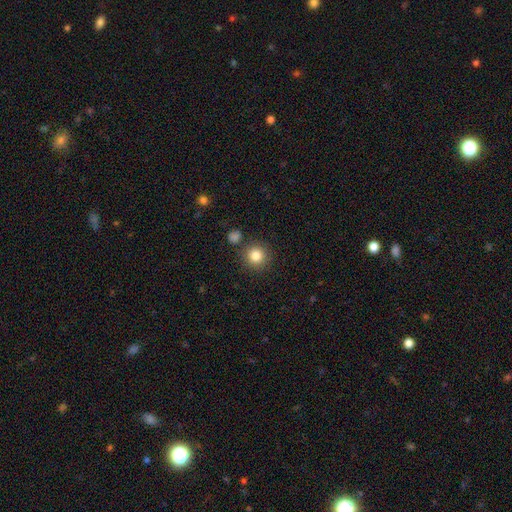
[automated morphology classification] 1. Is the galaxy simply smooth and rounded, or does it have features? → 84% smooth, 11% star or artifact, 6% featured or disk.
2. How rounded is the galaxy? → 94% round, 5% in between, 1% cigar-shaped.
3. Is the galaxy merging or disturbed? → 85% none, 7% minor disturbance, 5% merger, 3% major disturbance.